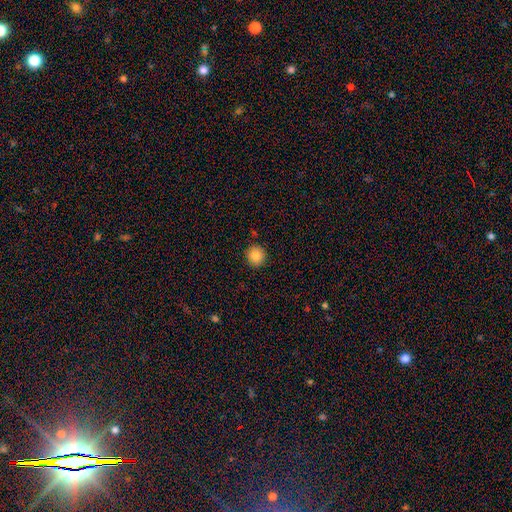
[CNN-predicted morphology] Q: Smooth or featured?
A: smooth (86%); runner-up: star or artifact (9%)
Q: How rounded?
A: round (92%); runner-up: in between (7%)
Q: Merging?
A: none (91%); runner-up: minor disturbance (6%)